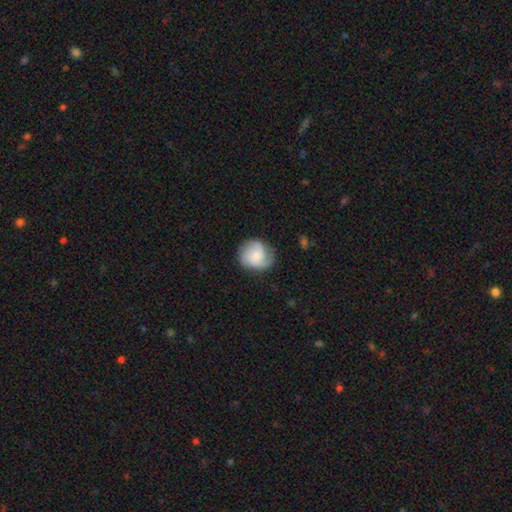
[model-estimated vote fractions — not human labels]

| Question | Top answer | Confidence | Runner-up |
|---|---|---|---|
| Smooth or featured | featured or disk | 56% | smooth (37%) |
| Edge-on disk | no | 98% | yes (2%) |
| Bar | no | 70% | weak (26%) |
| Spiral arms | yes | 93% | no (7%) |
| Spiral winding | medium | 44% | tight (35%) |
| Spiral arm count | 3 | 35% | 2 (33%) |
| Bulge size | small | 50% | moderate (37%) |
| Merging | none | 72% | minor disturbance (19%) |